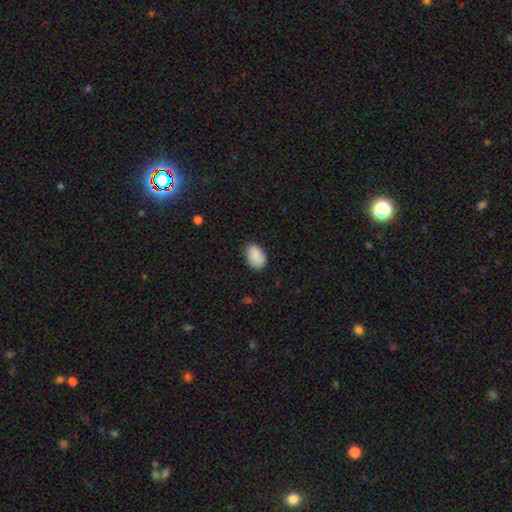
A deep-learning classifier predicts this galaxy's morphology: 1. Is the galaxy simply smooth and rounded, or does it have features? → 86% smooth, 7% star or artifact, 7% featured or disk.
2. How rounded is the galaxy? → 87% in between, 12% round, 1% cigar-shaped.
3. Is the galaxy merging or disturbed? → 79% none, 16% minor disturbance, 3% major disturbance, 1% merger.